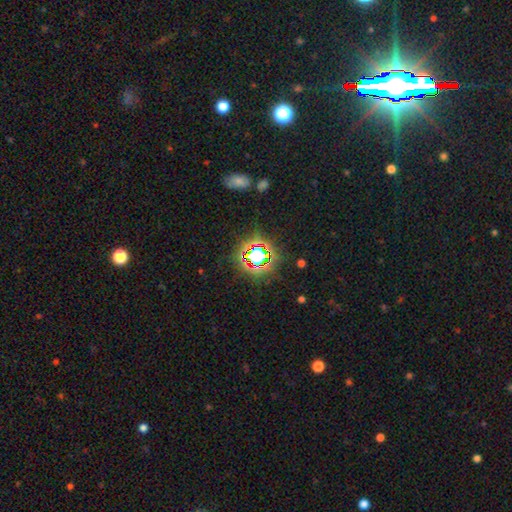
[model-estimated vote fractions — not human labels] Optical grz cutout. It shows a star or artifact, not a galaxy (73%).